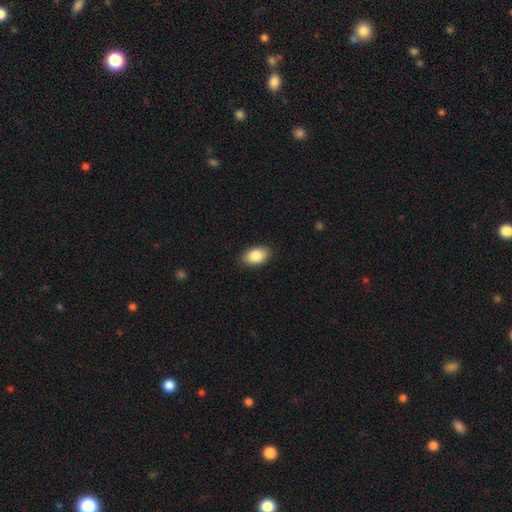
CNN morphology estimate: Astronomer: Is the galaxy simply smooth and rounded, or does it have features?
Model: smooth — 87%.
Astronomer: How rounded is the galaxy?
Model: in between — 90%.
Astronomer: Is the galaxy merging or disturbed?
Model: none — 89%.